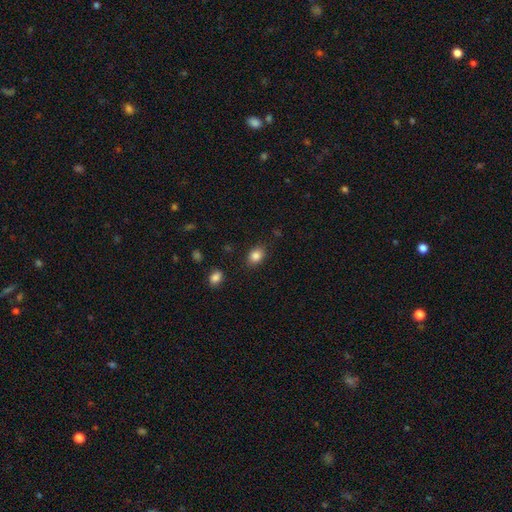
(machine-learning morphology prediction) A smooth galaxy with no disk features (85%) that is in between round and cigar-shaped (67%). Merging: none (84%).